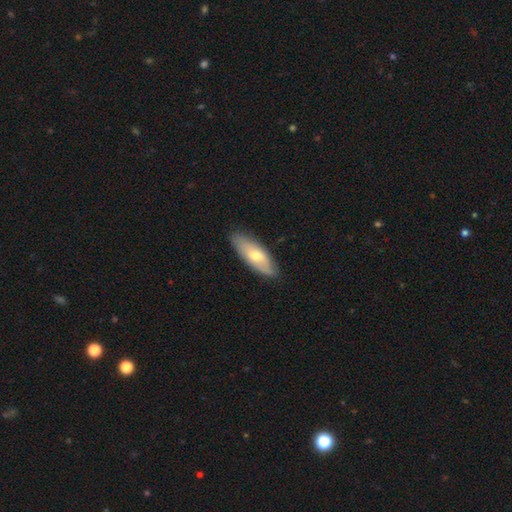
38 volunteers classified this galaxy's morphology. A smooth galaxy with no disk features (61%) that is in between round and cigar-shaped (83%). Merging: none (78%).